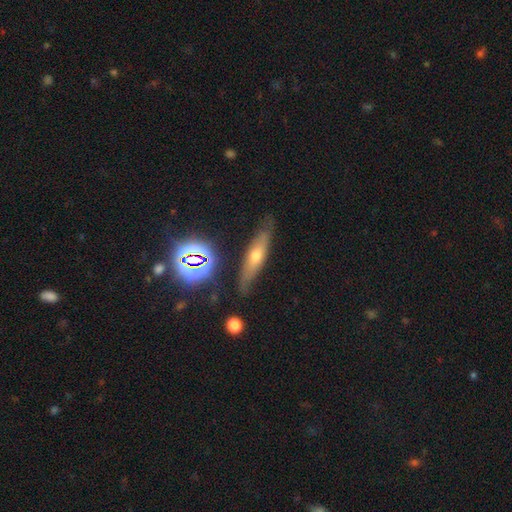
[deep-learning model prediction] Morphology: type=featured or disk (47%); merging=none (79%).